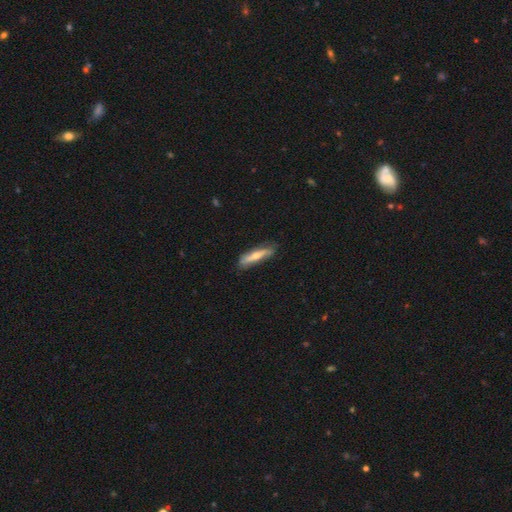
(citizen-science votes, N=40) Smooth or featured? featured or disk (50%)
Edge-on disk? yes (90%)
Edge-on bulge? rounded (100%)
Merging? none (71%)